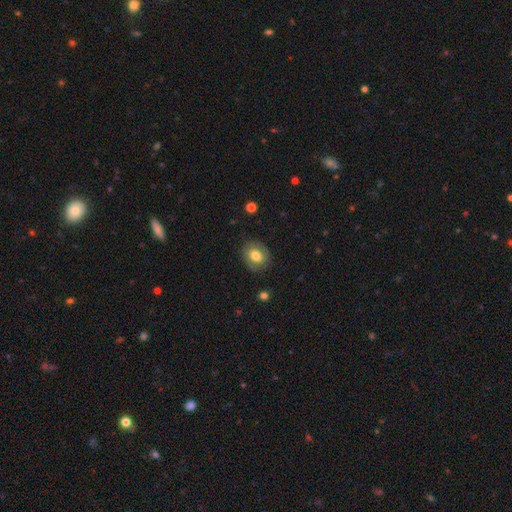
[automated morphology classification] The model was most divided on "how rounded": round: 50%, in between: 49%, cigar-shaped: 1%. More confident: merging — none (80%); smooth or featured — smooth (63%).